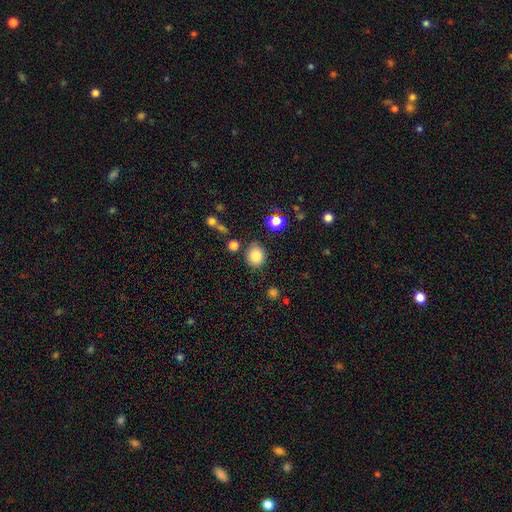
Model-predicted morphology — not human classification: smooth-or-featured: smooth: 84% | star or artifact: 10% | featured or disk: 6%
  how-rounded: round: 67% | in between: 32% | cigar-shaped: 1%
  merging: none: 82% | minor disturbance: 11% | merger: 4% | major disturbance: 3%